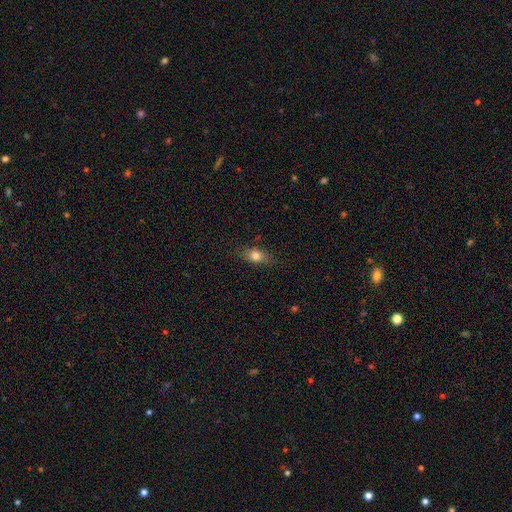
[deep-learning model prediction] A smooth galaxy with no disk features (75%) that is in between round and cigar-shaped (74%).

Vote fractions:
- Smooth or featured? smooth: 75% / featured or disk: 15% / star or artifact: 10%
- How rounded? in between: 74% / round: 16% / cigar-shaped: 10%
- Merging? none: 78% / minor disturbance: 17% / major disturbance: 4% / merger: 1%